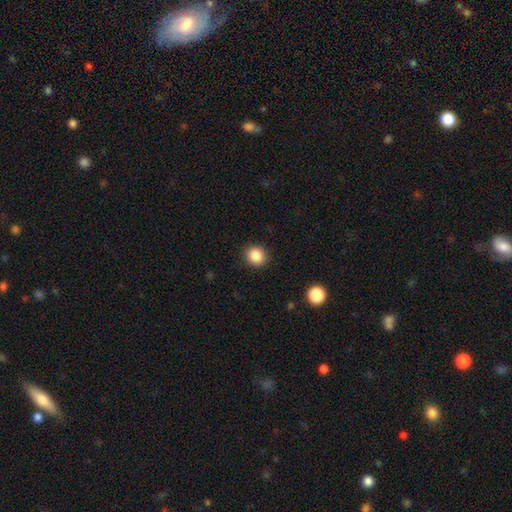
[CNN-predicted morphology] smooth 86%, star or artifact 10%, featured or disk 4%. Down the decision tree: how rounded — round (83%); merging — none (90%).